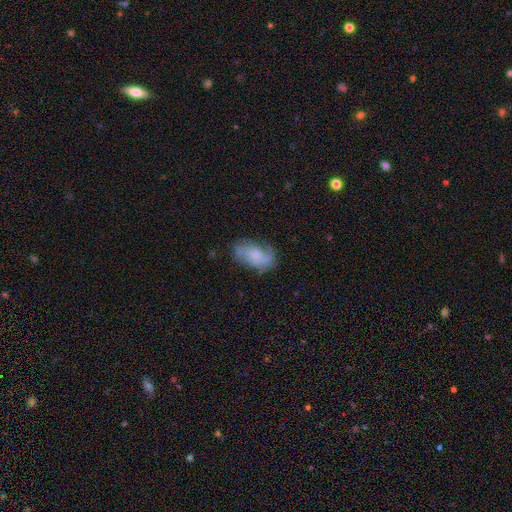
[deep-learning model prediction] smooth-or-featured: featured or disk: 55% | smooth: 36% | star or artifact: 8%
  disk-edge-on: no: 95% | yes: 5%
    bar: no: 71% | weak: 25% | strong: 4%
    has-spiral-arms: yes: 82% | no: 18%
    bulge-size: small: 30% | moderate: 29% | none: 28% | large: 11% | dominant: 2%
  merging: none: 62% | minor disturbance: 24% | major disturbance: 12% | merger: 2%